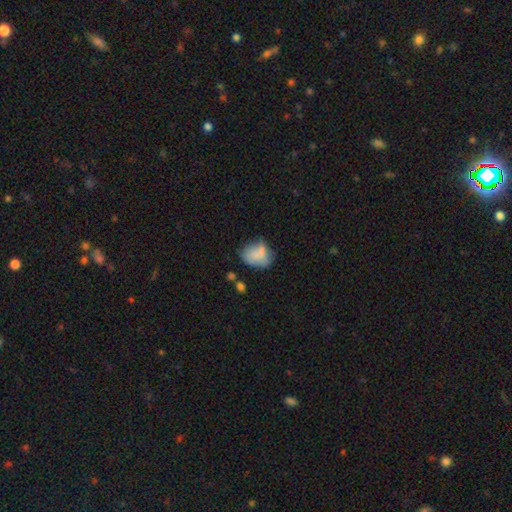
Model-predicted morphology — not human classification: This is likely a smooth galaxy (72%). How rounded: likely in between (69%). Merging: marginally none (40%).